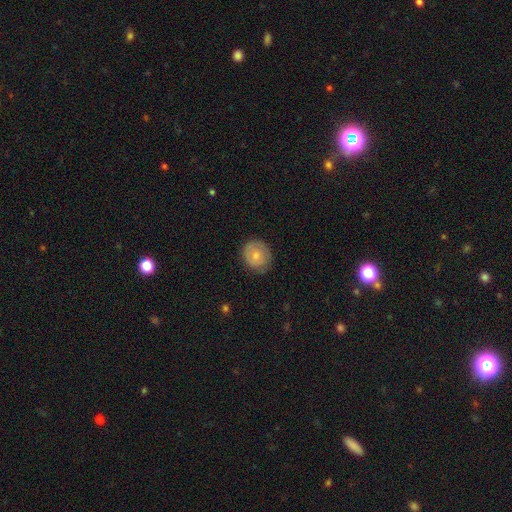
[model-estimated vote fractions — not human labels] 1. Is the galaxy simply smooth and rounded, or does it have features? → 67% smooth, 26% featured or disk, 7% star or artifact.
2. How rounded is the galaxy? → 79% round, 20% in between, 1% cigar-shaped.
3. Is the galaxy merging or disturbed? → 79% none, 16% minor disturbance, 4% major disturbance, 1% merger.